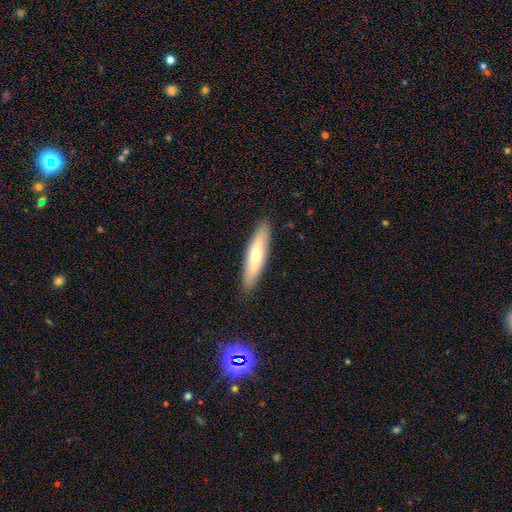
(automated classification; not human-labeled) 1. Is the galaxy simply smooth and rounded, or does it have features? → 56% smooth, 36% featured or disk, 8% star or artifact.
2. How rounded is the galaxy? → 78% cigar-shaped, 21% in between, 2% round.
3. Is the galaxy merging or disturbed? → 89% none, 8% minor disturbance, 2% major disturbance, 1% merger.